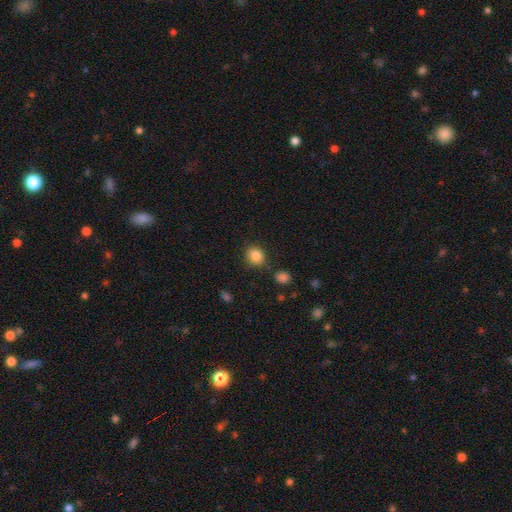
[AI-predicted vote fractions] Smooth or featured? Predicted: smooth (p=0.85). How rounded? Predicted: round (p=0.77). Merging? Predicted: none (p=0.82).